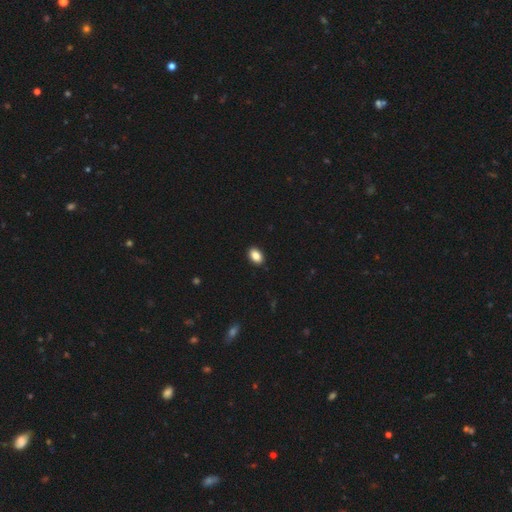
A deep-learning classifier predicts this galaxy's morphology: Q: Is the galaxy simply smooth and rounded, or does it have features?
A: smooth — 88%.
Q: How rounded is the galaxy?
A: in between — 86%.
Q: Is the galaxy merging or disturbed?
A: none — 91%.